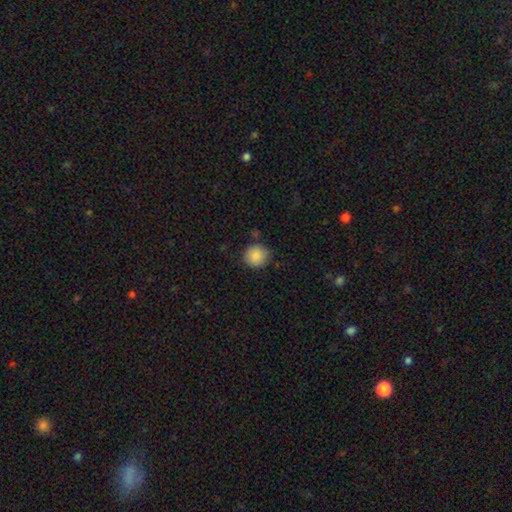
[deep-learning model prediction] smooth-or-featured: smooth: 88% | star or artifact: 8% | featured or disk: 4%
  how-rounded: round: 92% | in between: 7% | cigar-shaped: 1%
  merging: none: 84% | minor disturbance: 11% | major disturbance: 3% | merger: 3%